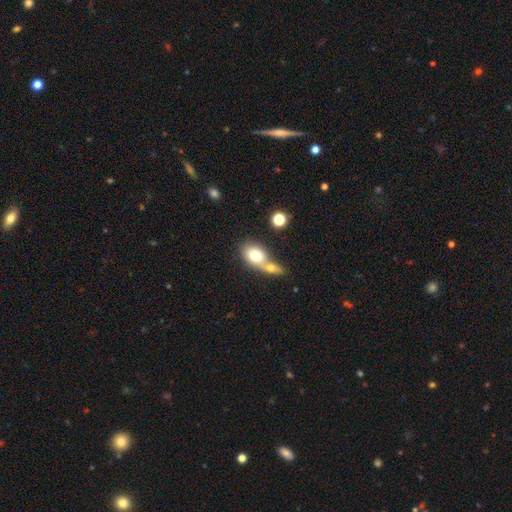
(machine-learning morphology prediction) Smooth or featured? Predicted: smooth (p=0.73). How rounded? Predicted: in between (p=0.70). Merging? Predicted: merger (p=0.61).